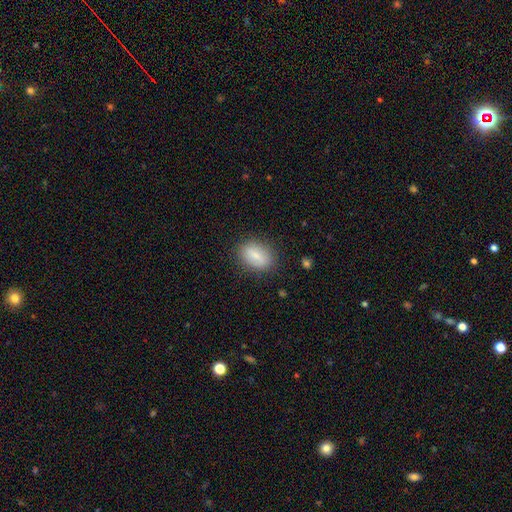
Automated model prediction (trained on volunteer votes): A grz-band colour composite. It shows a smooth galaxy with no disk features (80%) that is in between round and cigar-shaped (80%). Merging: none (83%).